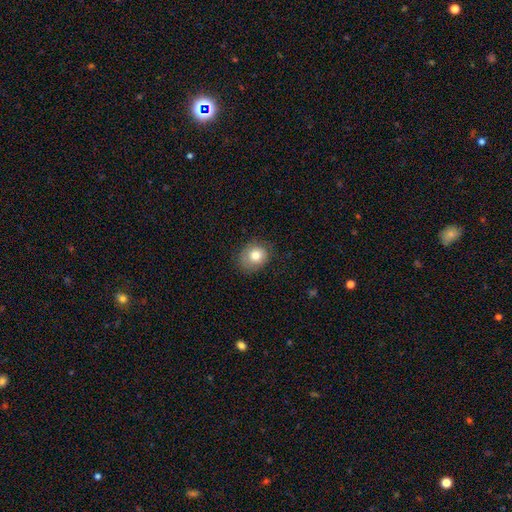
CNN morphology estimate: Q: Smooth or featured?
A: smooth (76%); runner-up: featured or disk (15%)
Q: How rounded?
A: round (65%); runner-up: in between (35%)
Q: Merging?
A: none (75%); runner-up: minor disturbance (18%)